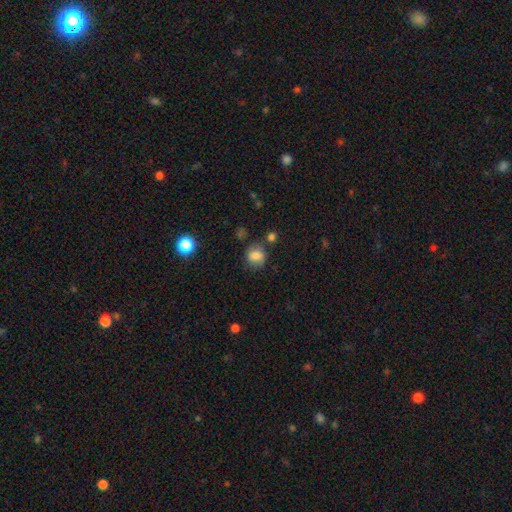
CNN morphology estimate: smooth 79%, star or artifact 11%, featured or disk 10%. Down the decision tree: how rounded — round (69%); merging — none (70%).